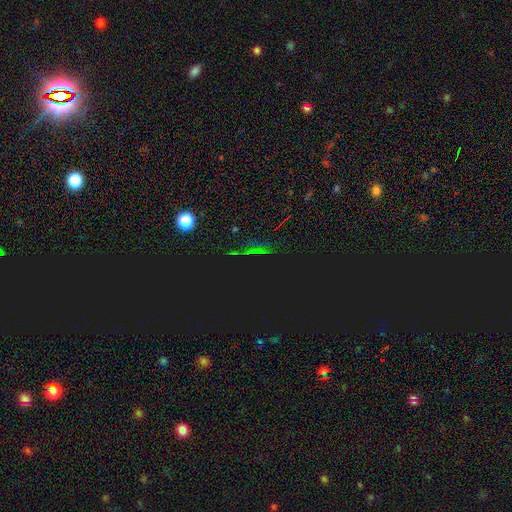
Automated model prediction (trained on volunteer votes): Overall: star or artifact (82%).